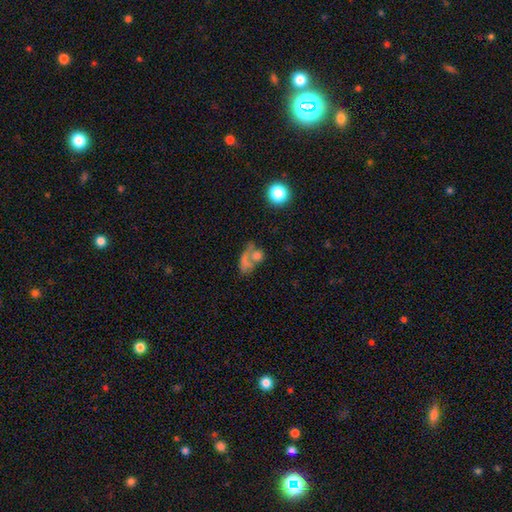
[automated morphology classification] This is possibly a smooth galaxy (57%). How rounded: possibly in between (52%). Merging: marginally merger (43%).